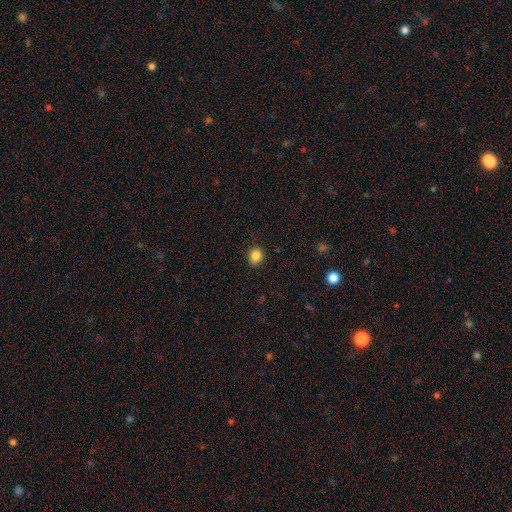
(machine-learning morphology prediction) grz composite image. It shows a smooth galaxy with no disk features (85%) that is round (65%). Merging: none (86%).